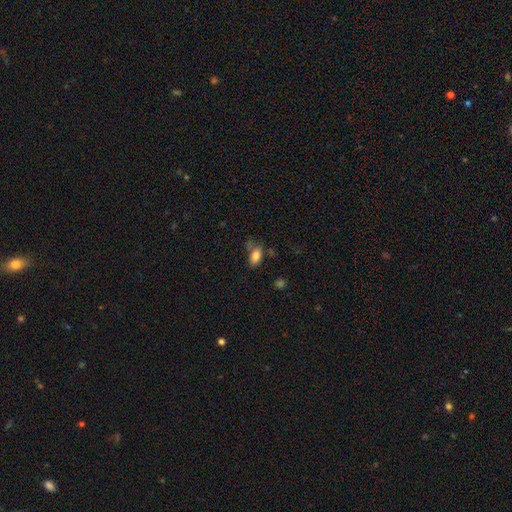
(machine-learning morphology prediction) Q: Smooth or featured?
A: smooth (82%); runner-up: star or artifact (10%)
Q: How rounded?
A: in between (90%); runner-up: round (6%)
Q: Merging?
A: none (55%); runner-up: minor disturbance (26%)